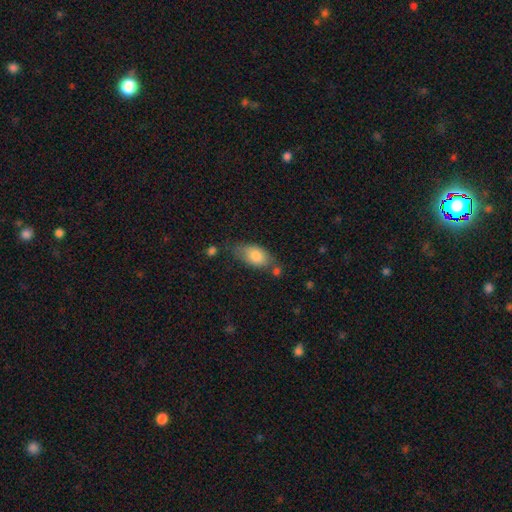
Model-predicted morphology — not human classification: Smooth or featured? smooth (81%)
How rounded? in between (90%)
Merging? none (56%)